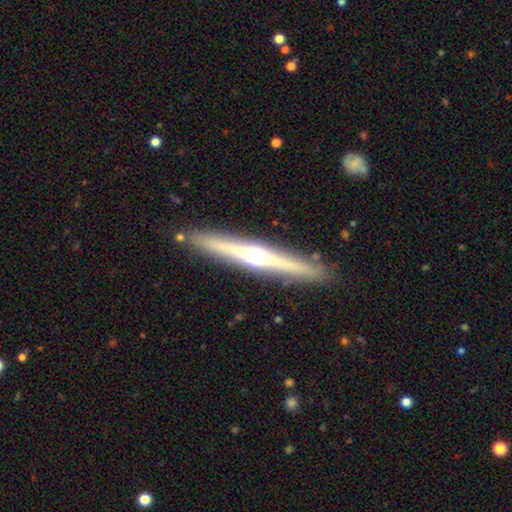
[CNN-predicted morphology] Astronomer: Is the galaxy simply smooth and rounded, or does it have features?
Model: featured or disk — 75%.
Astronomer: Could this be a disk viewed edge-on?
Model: yes — 98%.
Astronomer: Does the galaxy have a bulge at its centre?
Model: rounded — 90%.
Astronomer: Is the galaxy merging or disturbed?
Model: none — 90%.